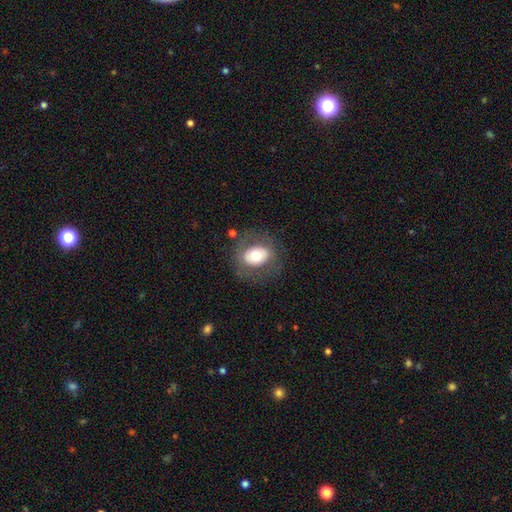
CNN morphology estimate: The model was most divided on "how rounded": in between: 52%, round: 47%, cigar-shaped: 1%. More confident: merging — none (75%); smooth or featured — smooth (60%).